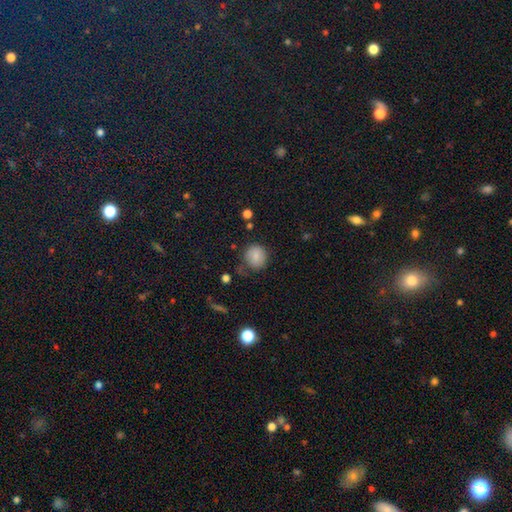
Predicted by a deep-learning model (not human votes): Q: Smooth or featured?
A: smooth (82%); runner-up: star or artifact (10%)
Q: How rounded?
A: round (84%); runner-up: in between (15%)
Q: Merging?
A: none (68%); runner-up: minor disturbance (21%)